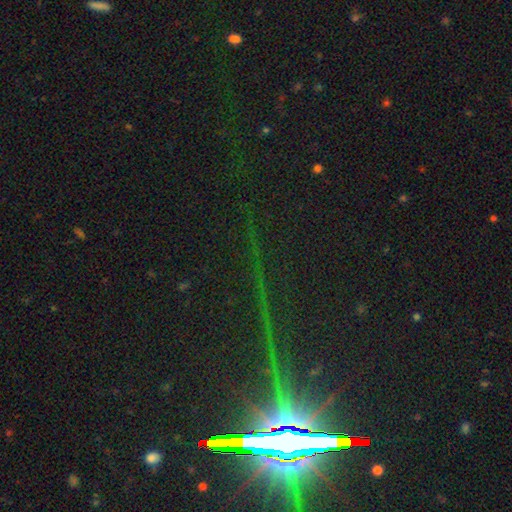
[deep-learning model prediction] Smooth or featured? Predicted: star or artifact (p=0.81).